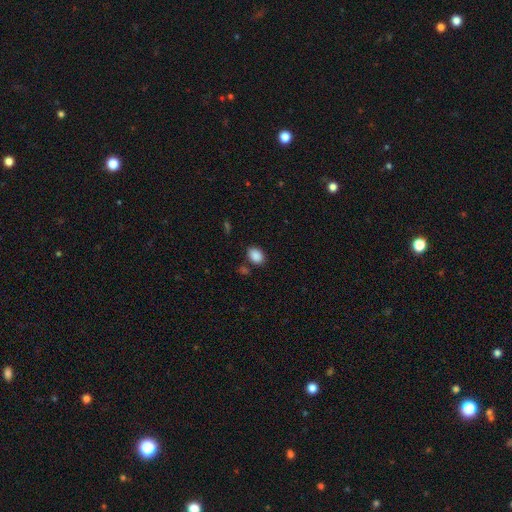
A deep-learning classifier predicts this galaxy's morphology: Smooth or featured? smooth (88%)
How rounded? in between (73%)
Merging? none (80%)